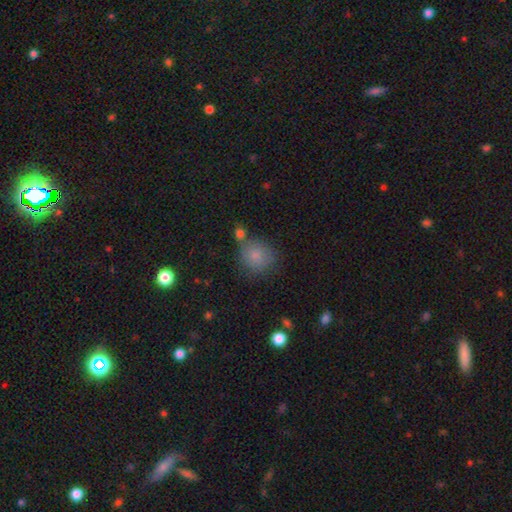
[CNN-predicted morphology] The model was most divided on "merging": none: 63%, minor disturbance: 16%, merger: 15%, major disturbance: 6%. More confident: how rounded — round (82%); smooth or featured — smooth (82%).